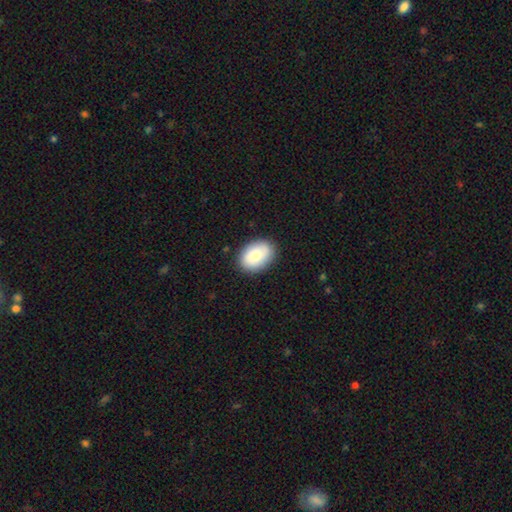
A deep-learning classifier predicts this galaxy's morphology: A smooth galaxy with no disk features (78%) that is in between round and cigar-shaped (81%). Merging: none (87%).